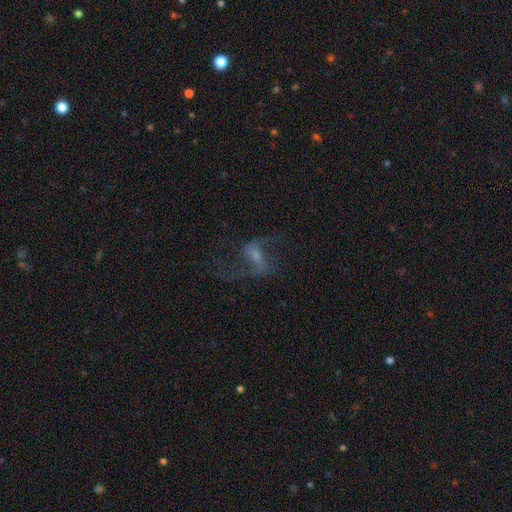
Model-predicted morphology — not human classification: featured or disk 79%, smooth 11%, star or artifact 10%. Down the decision tree: edge-on disk — no (96%); bar — weak (47%); spiral arms — yes (91%); spiral arm count — 2 (90%); spiral winding — loose (74%); bulge size — small (46%); merging — none (64%).